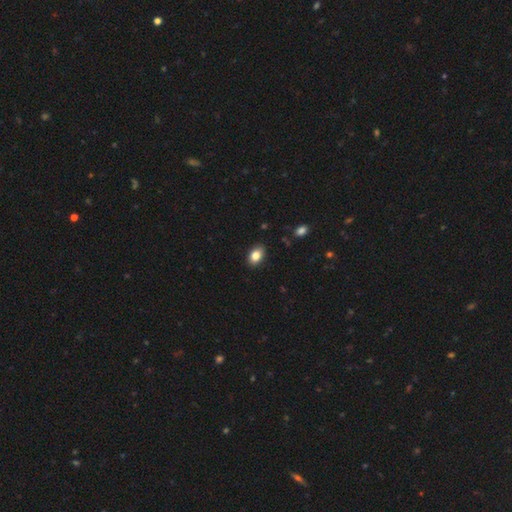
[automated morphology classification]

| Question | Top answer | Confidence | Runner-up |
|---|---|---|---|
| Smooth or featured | smooth | 84% | star or artifact (8%) |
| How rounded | in between | 86% | round (13%) |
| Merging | none | 86% | minor disturbance (10%) |